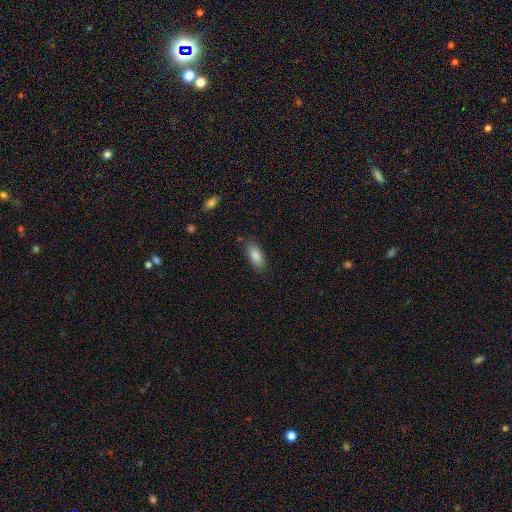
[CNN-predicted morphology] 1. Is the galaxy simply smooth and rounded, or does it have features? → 86% smooth, 7% featured or disk, 7% star or artifact.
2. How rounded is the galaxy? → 84% in between, 14% cigar-shaped, 2% round.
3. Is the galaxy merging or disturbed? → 80% none, 15% minor disturbance, 3% major disturbance, 2% merger.